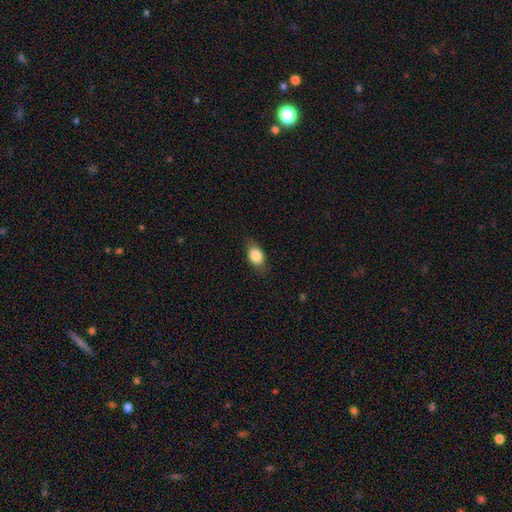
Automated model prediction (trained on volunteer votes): smooth-or-featured: smooth: 82% | featured or disk: 10% | star or artifact: 8%
  how-rounded: in between: 76% | round: 21% | cigar-shaped: 3%
  merging: none: 78% | minor disturbance: 17% | major disturbance: 4% | merger: 1%